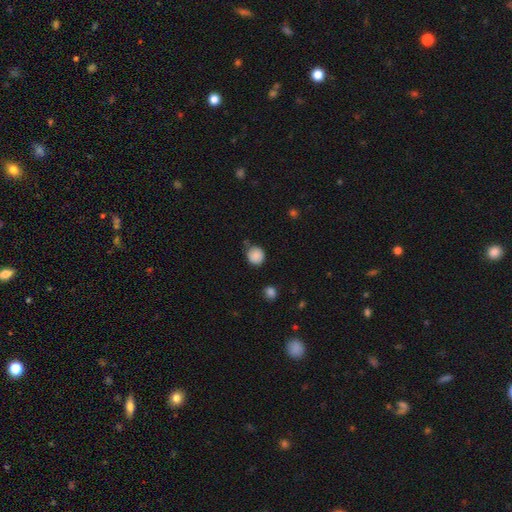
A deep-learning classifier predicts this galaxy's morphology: smooth-or-featured: smooth: 85% | star or artifact: 9% | featured or disk: 6%
  how-rounded: round: 87% | in between: 12% | cigar-shaped: 1%
  merging: none: 70% | minor disturbance: 21% | merger: 4% | major disturbance: 4%